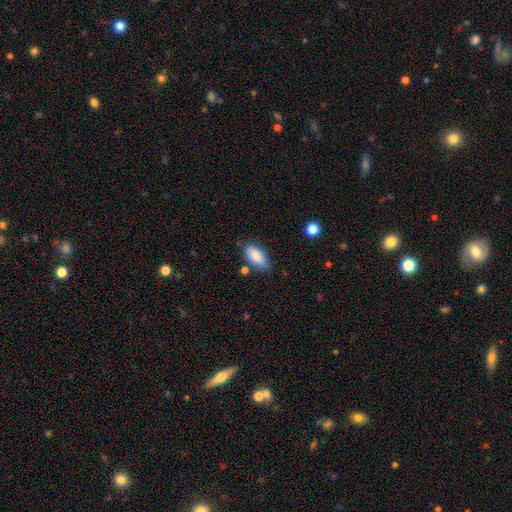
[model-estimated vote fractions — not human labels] smooth 82%, featured or disk 11%, star or artifact 7%. Down the decision tree: how rounded — in between (88%); merging — none (73%).